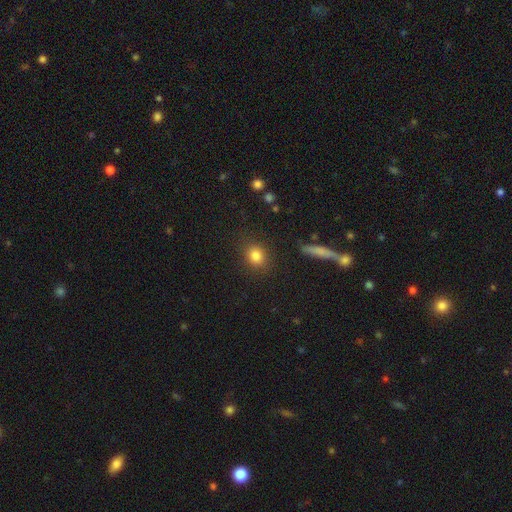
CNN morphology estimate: smooth 82%, star or artifact 11%, featured or disk 6%. Down the decision tree: how rounded — round (64%); merging — none (85%).